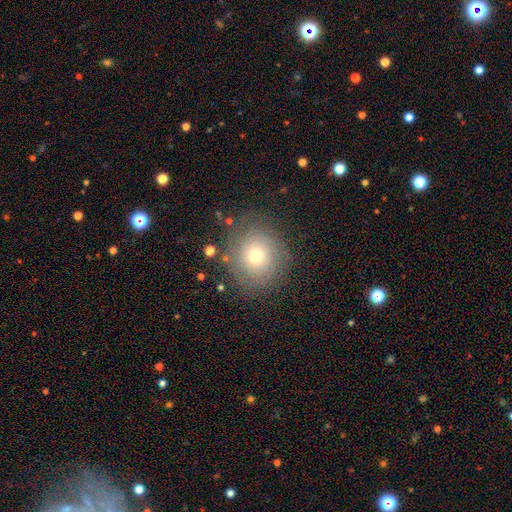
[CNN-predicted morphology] Overall: smooth (60%; featured or disk 26%). How rounded: round (87%). Merging: none (78%).